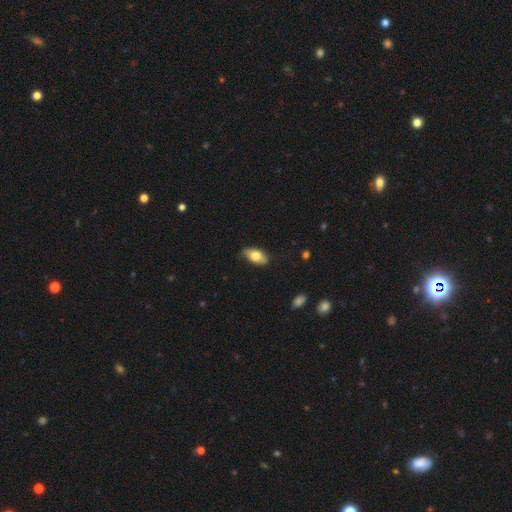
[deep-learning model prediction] This is likely a smooth galaxy (71%). How rounded: clearly in between (89%). Merging: likely none (78%).